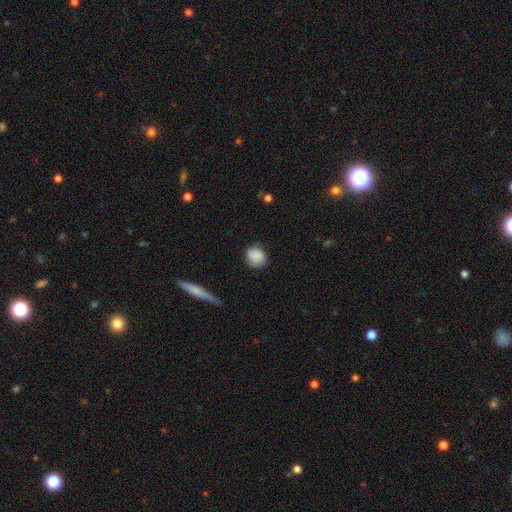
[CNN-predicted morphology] Smooth or featured? smooth (86%)
How rounded? round (77%)
Merging? none (75%)